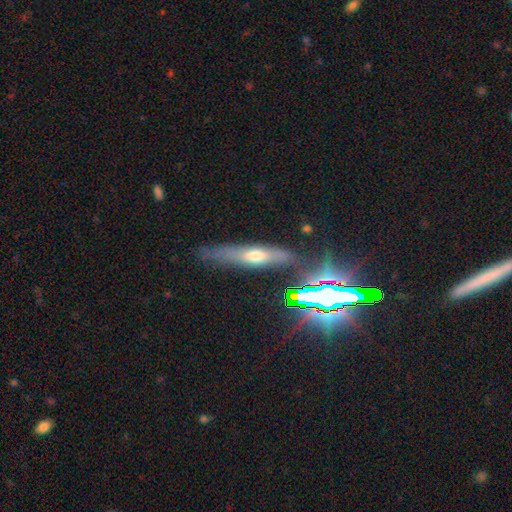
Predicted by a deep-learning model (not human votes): Overall: featured or disk (45%; smooth 38%). Merging: none (77%).